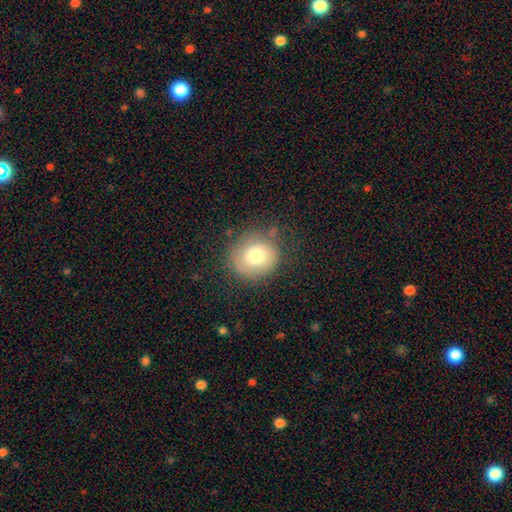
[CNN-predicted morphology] type=smooth (74%); roundness=round (82%); merging=none (72%).